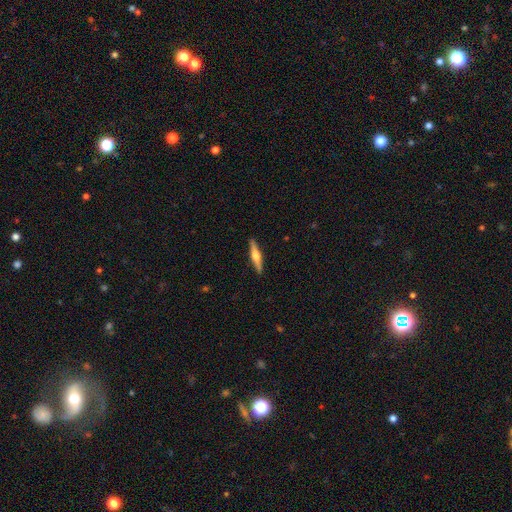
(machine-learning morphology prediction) The model was most divided on "smooth or featured": featured or disk: 67%, smooth: 28%, star or artifact: 5%. More confident: edge-on disk — yes (98%); edge-on bulge — rounded (93%); merging — none (91%).